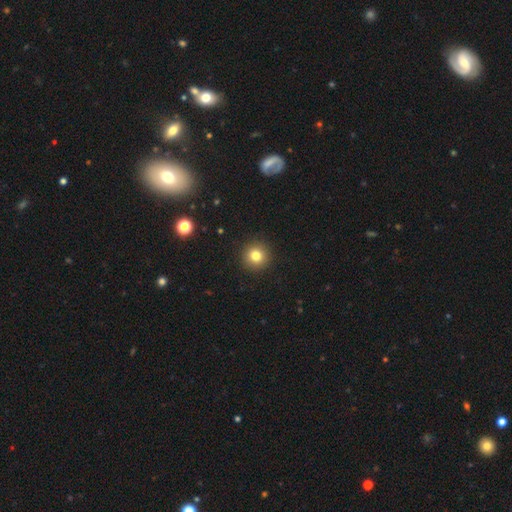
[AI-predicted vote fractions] Smooth or featured? Predicted: smooth (p=0.80). How rounded? Predicted: round (p=0.95). Merging? Predicted: none (p=0.93).